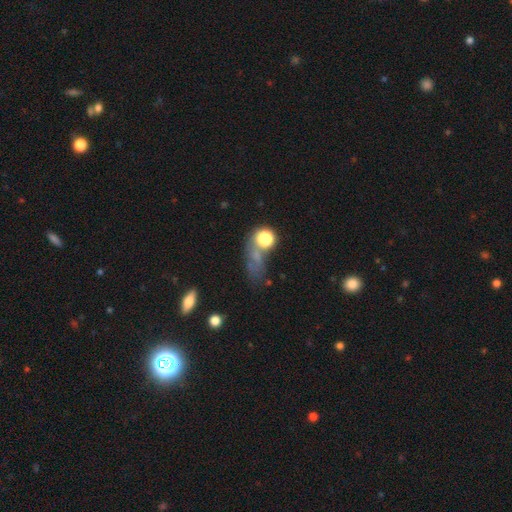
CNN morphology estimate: Smooth or featured?
  - smooth: 55% *
  - star or artifact: 26%
  - featured or disk: 20%
How rounded?
  - round: 46% *
  - in between: 44%
  - cigar-shaped: 10%
Merging?
  - none: 39% *
  - major disturbance: 25%
  - minor disturbance: 19%
  - merger: 16%